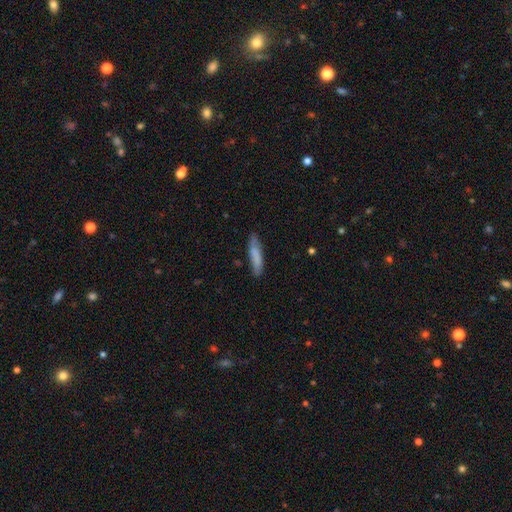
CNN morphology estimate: Smooth or featured? Predicted: smooth (p=0.76). How rounded? Predicted: cigar-shaped (p=0.80). Merging? Predicted: none (p=0.71).